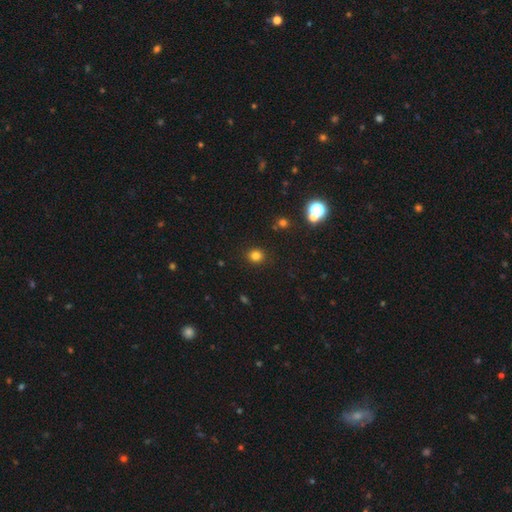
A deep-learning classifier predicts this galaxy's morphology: This appears to be a smooth galaxy with no disk features (80%) that is round (82%). Merging: none (90%).